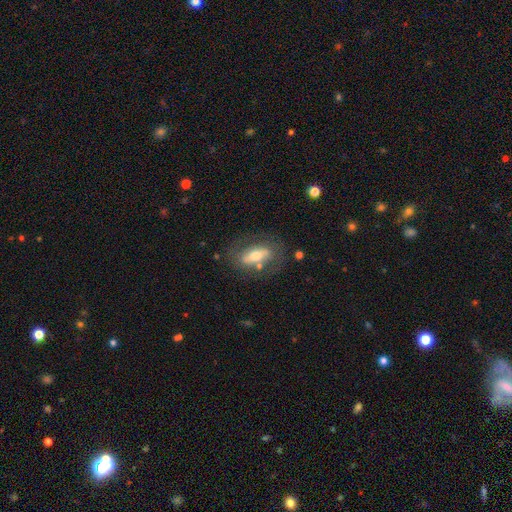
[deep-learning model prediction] Smooth or featured? Predicted: featured or disk (p=0.53). Edge-on disk? Predicted: no (p=0.77). Merging? Predicted: none (p=0.68).